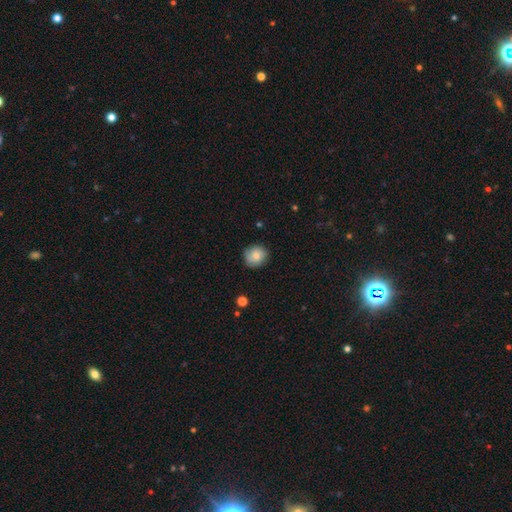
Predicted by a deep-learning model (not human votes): Smooth or featured: smooth — 80% (featured or disk — 12%)
How rounded: round — 87% (in between — 12%)
Merging: none — 84% (minor disturbance — 13%)